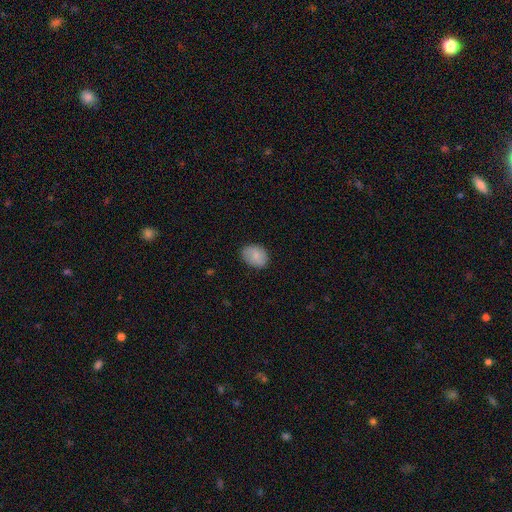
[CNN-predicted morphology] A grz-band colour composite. It shows a smooth galaxy with no disk features (81%) that is in between round and cigar-shaped (71%). Merging: none (82%).